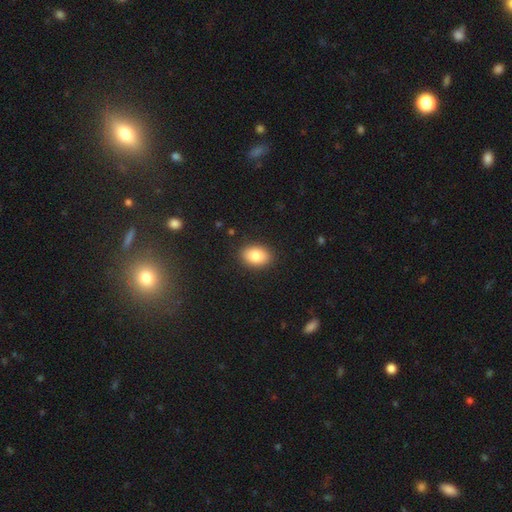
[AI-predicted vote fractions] smooth_or_featured: smooth (p=0.84) [alt: star or artifact p=0.08]
how_rounded: in between (p=0.81) [alt: round p=0.18]
merging: none (p=0.89) [alt: minor disturbance p=0.08]